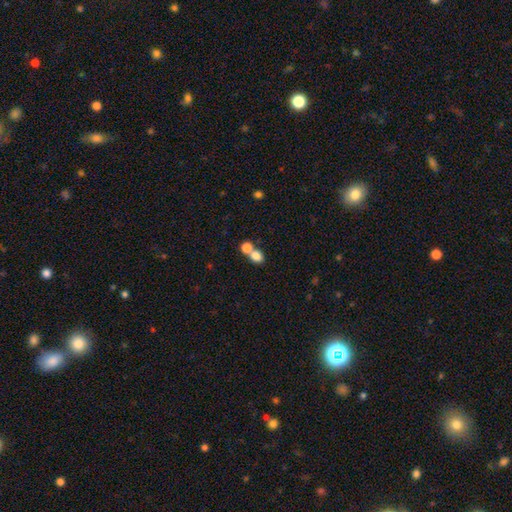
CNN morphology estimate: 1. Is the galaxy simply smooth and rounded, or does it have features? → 80% smooth, 11% star or artifact, 9% featured or disk.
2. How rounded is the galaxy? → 56% round, 43% in between, 1% cigar-shaped.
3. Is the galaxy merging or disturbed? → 52% merger, 38% none, 7% minor disturbance, 3% major disturbance.